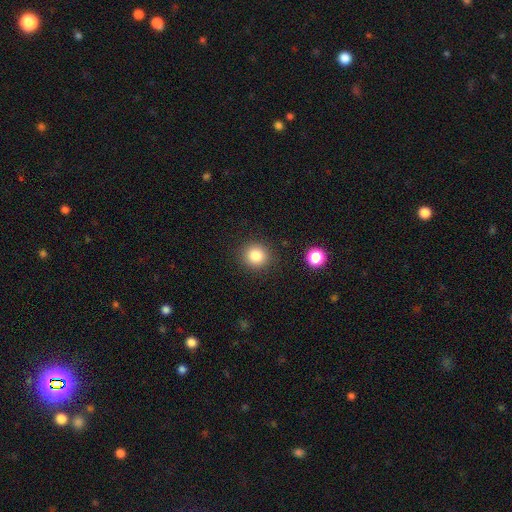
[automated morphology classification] Smooth or featured? smooth (83%)
How rounded? round (91%)
Merging? none (90%)